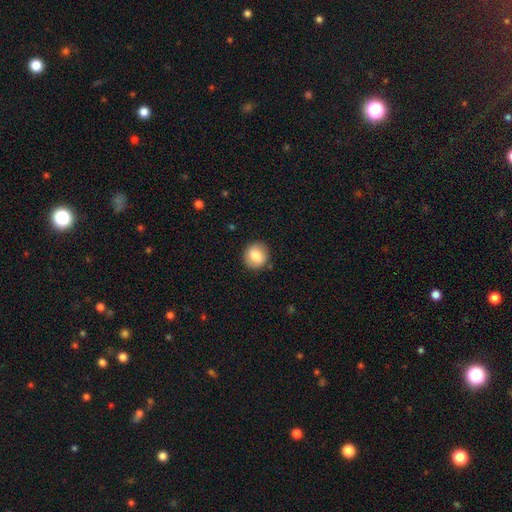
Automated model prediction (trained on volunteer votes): Smooth or featured? Predicted: smooth (p=0.81). How rounded? Predicted: round (p=0.86). Merging? Predicted: none (p=0.87).